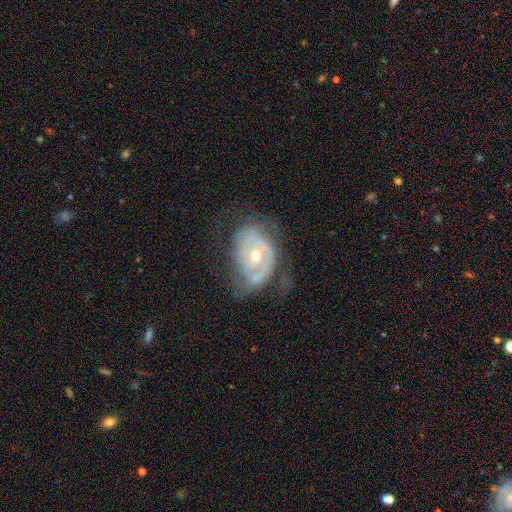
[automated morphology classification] smooth-or-featured: featured or disk: 77% | smooth: 16% | star or artifact: 7%
  disk-edge-on: no: 96% | yes: 4%
    bar: no: 76% | weak: 19% | strong: 5%
    has-spiral-arms: yes: 80% | no: 20%
      spiral-winding: tight: 54% | medium: 31% | loose: 15%
      spiral-arm-count: can't tell: 33% | 2: 32% | 1: 19% | 3: 10% | 4: 3% | more than 4: 2%
    bulge-size: small: 51% | moderate: 46% | large: 2% | none: 1% | dominant: 1%
  merging: none: 45% | minor disturbance: 28% | major disturbance: 25% | merger: 3%